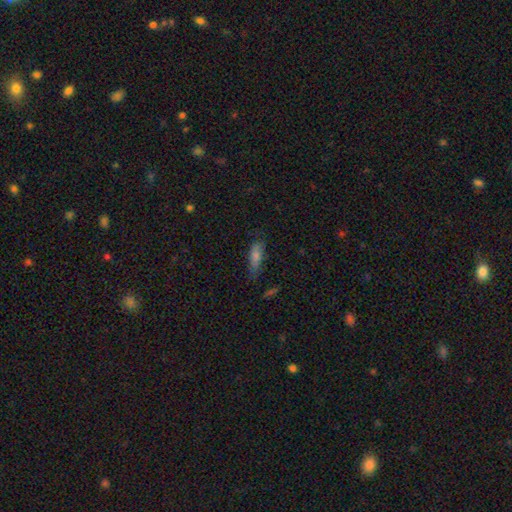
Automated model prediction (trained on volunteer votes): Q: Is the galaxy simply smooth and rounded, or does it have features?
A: smooth — 68%.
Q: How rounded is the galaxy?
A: cigar-shaped — 51%.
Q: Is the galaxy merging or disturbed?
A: none — 64%.